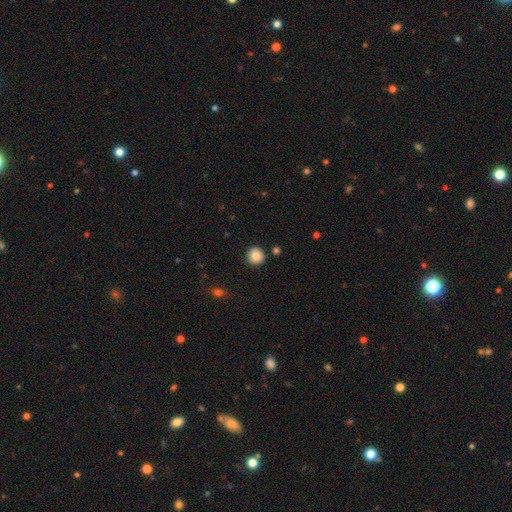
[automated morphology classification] Smooth or featured?
  - smooth: 87% *
  - star or artifact: 9%
  - featured or disk: 5%
How rounded?
  - round: 93% *
  - in between: 6%
  - cigar-shaped: 1%
Merging?
  - none: 88% *
  - minor disturbance: 8%
  - merger: 2%
  - major disturbance: 2%